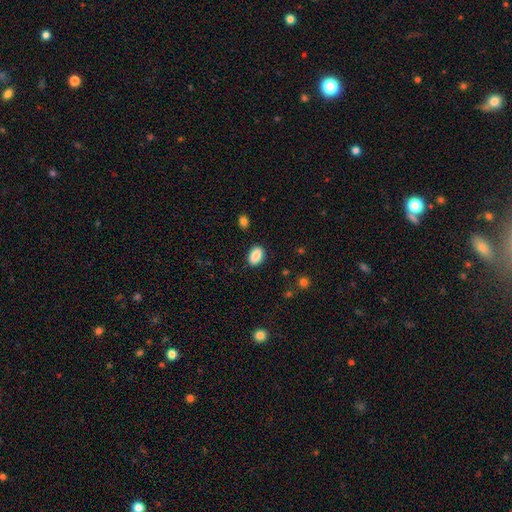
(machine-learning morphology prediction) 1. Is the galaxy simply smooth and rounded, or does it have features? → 88% smooth, 8% star or artifact, 4% featured or disk.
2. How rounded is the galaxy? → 87% in between, 11% round, 2% cigar-shaped.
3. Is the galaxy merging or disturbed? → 86% none, 10% minor disturbance, 2% major disturbance, 1% merger.